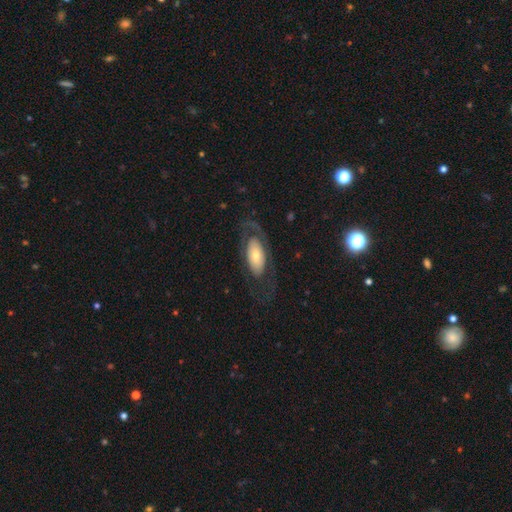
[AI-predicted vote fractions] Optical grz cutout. It shows a featured or disk galaxy (55%). Merging: none (58%).